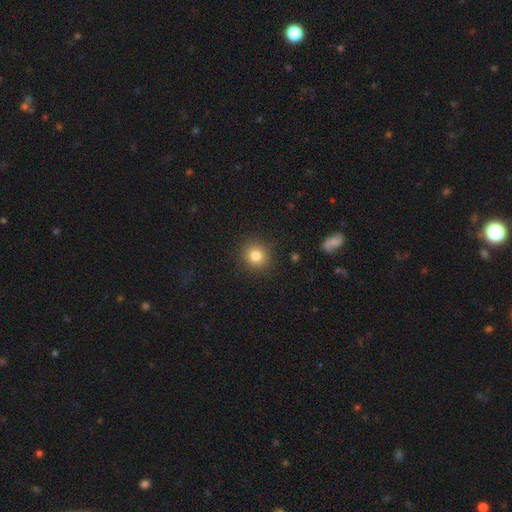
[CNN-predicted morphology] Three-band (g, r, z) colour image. It shows a smooth galaxy with no disk features (81%) that is round (90%). Merging: none (90%).